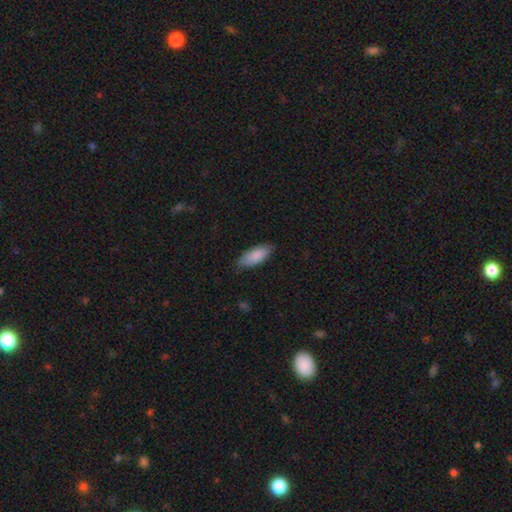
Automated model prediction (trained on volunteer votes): Smooth or featured? smooth (87%)
How rounded? in between (82%)
Merging? none (80%)